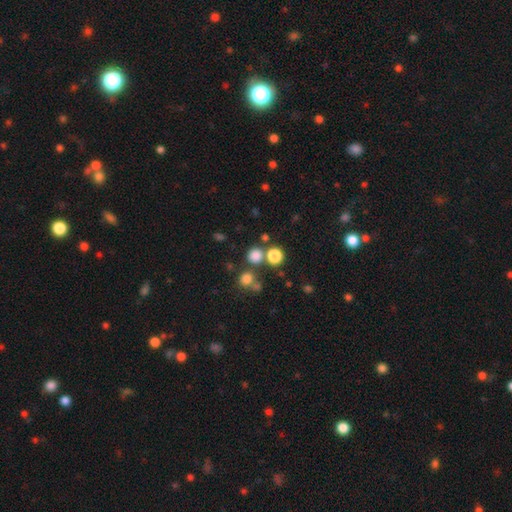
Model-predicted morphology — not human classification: Overall: smooth (77%). How rounded: round (90%). Merging: none (72%).